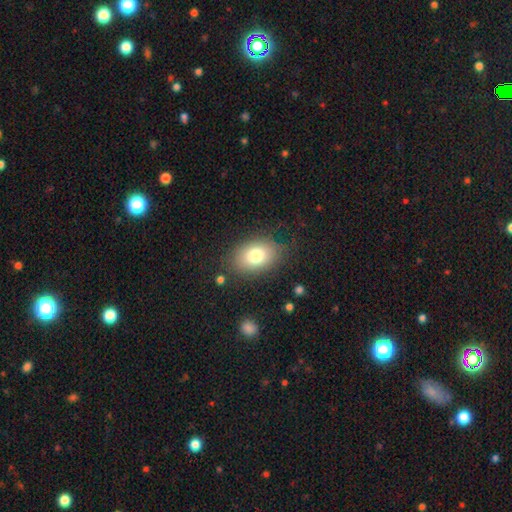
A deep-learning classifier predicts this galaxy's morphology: A smooth galaxy with no disk features (77%) that is in between round and cigar-shaped (82%).

Vote fractions:
- Smooth or featured? smooth: 77% / featured or disk: 13% / star or artifact: 9%
- How rounded? in between: 82% / round: 17% / cigar-shaped: 1%
- Merging? none: 79% / minor disturbance: 14% / major disturbance: 5% / merger: 2%